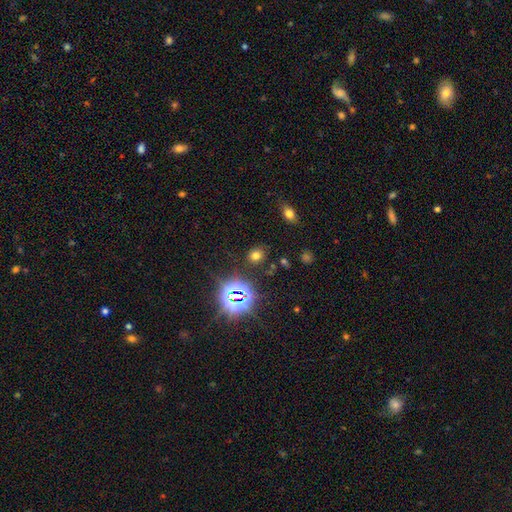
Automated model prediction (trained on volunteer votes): Overall: smooth (61%; star or artifact 31%). How rounded: round (66%; in between 33%). Merging: none (83%).